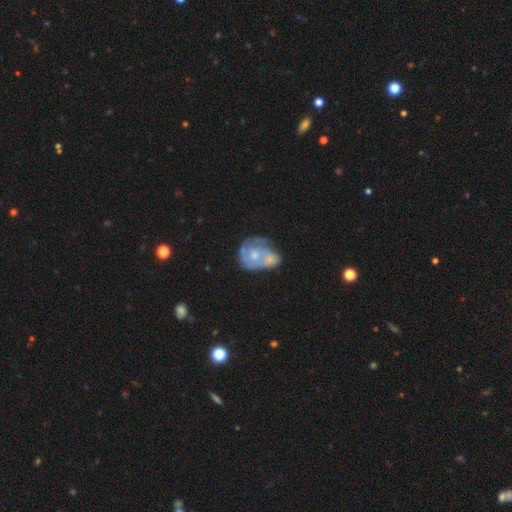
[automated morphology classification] A featured or disk galaxy (60%) with no bar (86%), no spiral arms (65%) and a moderate central bulge (54%). Merging: merger (42%).